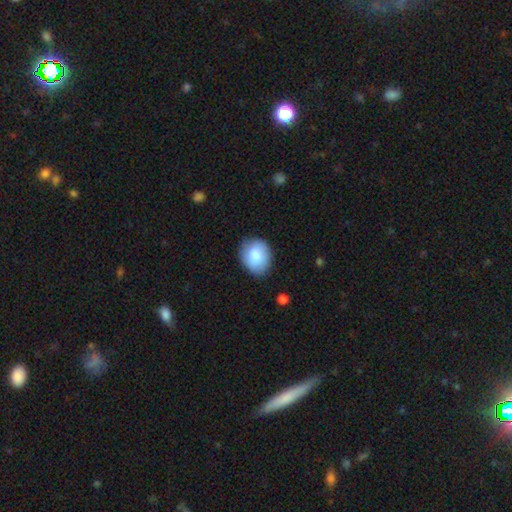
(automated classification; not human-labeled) Smooth or featured: smooth — 84% (featured or disk — 10%)
How rounded: in between — 51% (round — 48%)
Merging: none — 79% (minor disturbance — 16%)